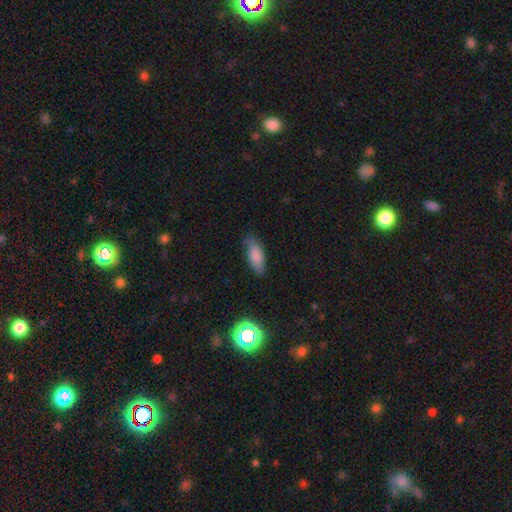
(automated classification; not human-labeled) A smooth galaxy with no disk features (79%) that is in between round and cigar-shaped (79%). Merging: none (66%).